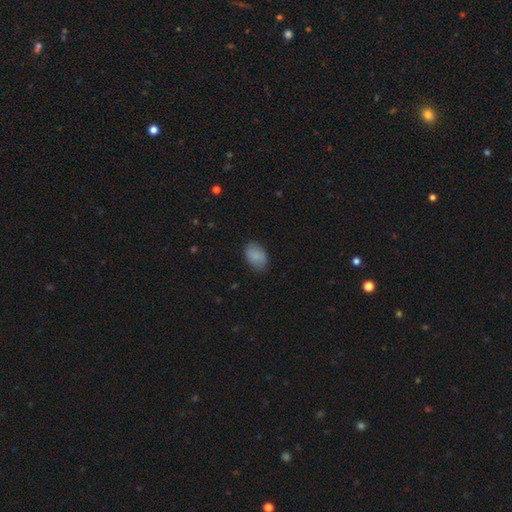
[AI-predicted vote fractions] Smooth or featured: smooth — 87% (star or artifact — 7%)
How rounded: in between — 88% (round — 11%)
Merging: none — 79% (minor disturbance — 17%)